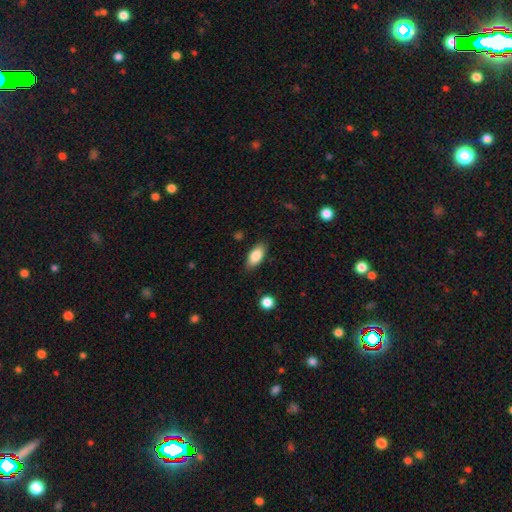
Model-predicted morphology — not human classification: A smooth galaxy with no disk features (84%) that is in between round and cigar-shaped (88%). Merging: none (85%).